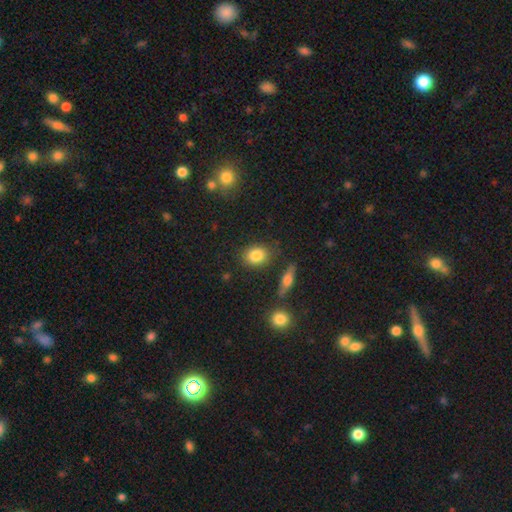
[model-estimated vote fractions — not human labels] Smooth or featured: smooth — 83% (star or artifact — 9%)
How rounded: in between — 55% (round — 43%)
Merging: none — 80% (minor disturbance — 12%)